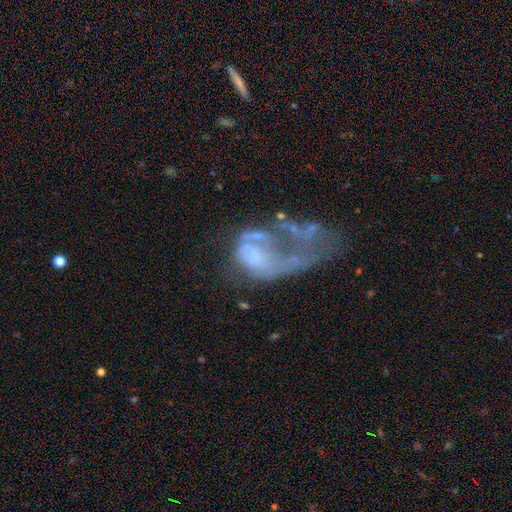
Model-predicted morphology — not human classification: Smooth or featured? Predicted: featured or disk (p=0.63). Edge-on disk? Predicted: no (p=0.98). Bar? Predicted: no (p=0.86). Spiral arms? Predicted: no (p=0.75). Bulge size? Predicted: none (p=0.59). Merging? Predicted: major disturbance (p=0.54).